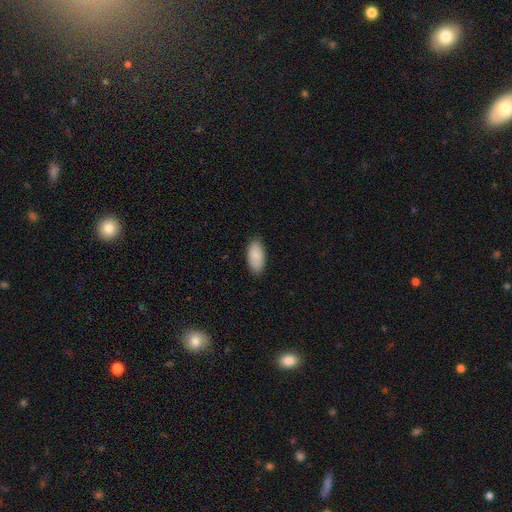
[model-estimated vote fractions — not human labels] smooth-or-featured: smooth: 89% | star or artifact: 6% | featured or disk: 5%
  how-rounded: in between: 93% | cigar-shaped: 5% | round: 2%
  merging: none: 87% | minor disturbance: 10% | major disturbance: 2% | merger: 1%